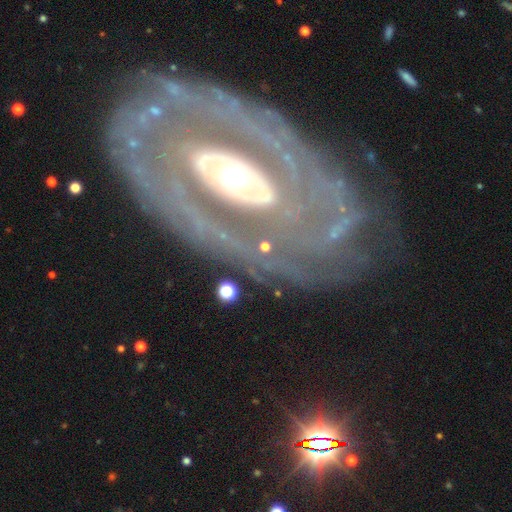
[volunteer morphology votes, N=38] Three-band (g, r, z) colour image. It shows a featured or disk galaxy (89%) with no bar (81%), tight (52%) spiral arms (84%) and a moderate central bulge (66%). Merging: none (66%).